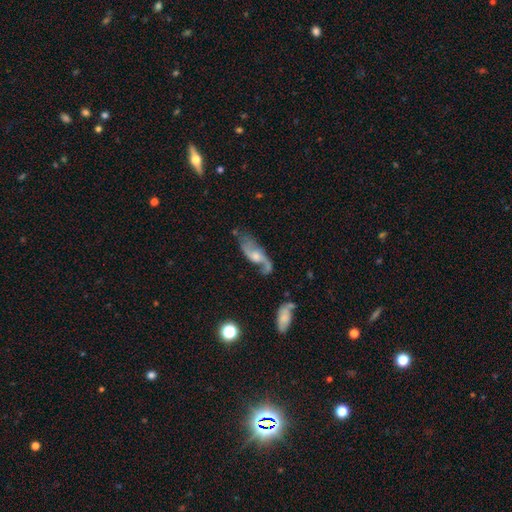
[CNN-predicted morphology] This appears to be a featured or disk galaxy (80%) with no bar (54%), 2 (87%) loose (69%) spiral arms (92%) and a moderate central bulge (52%). Merging: none (58%).